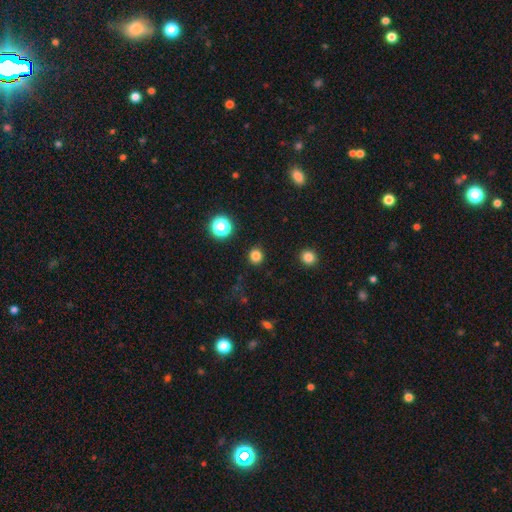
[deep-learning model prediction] smooth 81%, star or artifact 15%, featured or disk 4%. Down the decision tree: how rounded — round (88%); merging — none (90%).